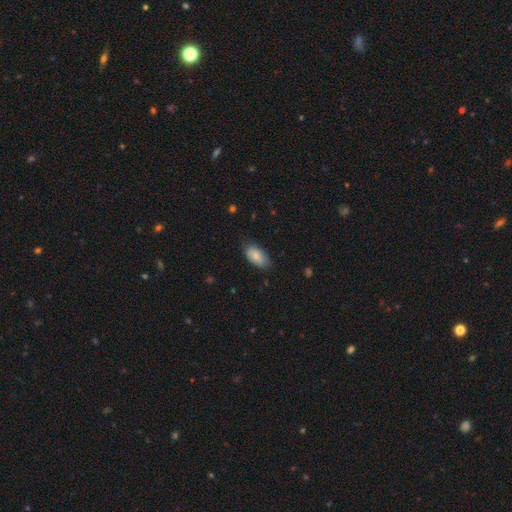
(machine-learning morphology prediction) This is clearly a smooth galaxy (82%). How rounded: clearly in between (94%). Merging: likely none (74%).